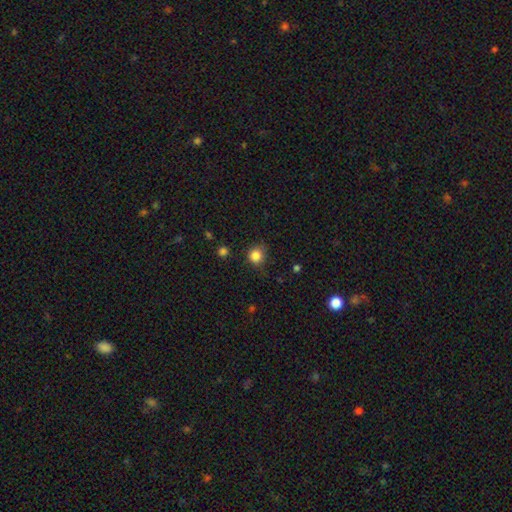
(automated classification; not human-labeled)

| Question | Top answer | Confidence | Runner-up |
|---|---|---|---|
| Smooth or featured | smooth | 84% | star or artifact (11%) |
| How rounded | round | 89% | in between (10%) |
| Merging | none | 75% | minor disturbance (18%) |